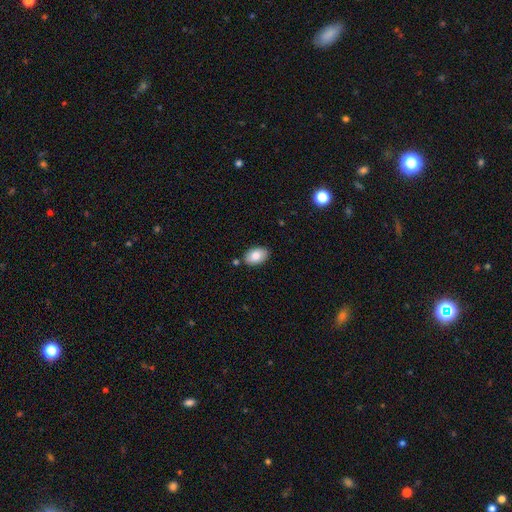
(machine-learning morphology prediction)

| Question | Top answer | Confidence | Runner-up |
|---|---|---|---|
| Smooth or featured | smooth | 83% | featured or disk (10%) |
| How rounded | in between | 91% | round (8%) |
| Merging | none | 83% | minor disturbance (11%) |